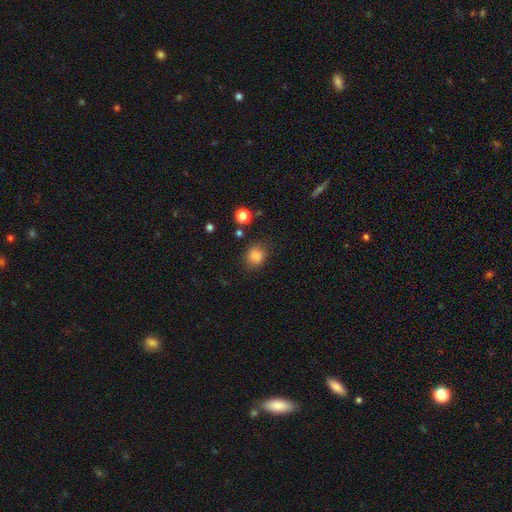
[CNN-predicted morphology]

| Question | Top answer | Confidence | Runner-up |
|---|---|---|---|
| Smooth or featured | smooth | 82% | star or artifact (12%) |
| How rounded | round | 62% | in between (37%) |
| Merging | none | 70% | minor disturbance (20%) |